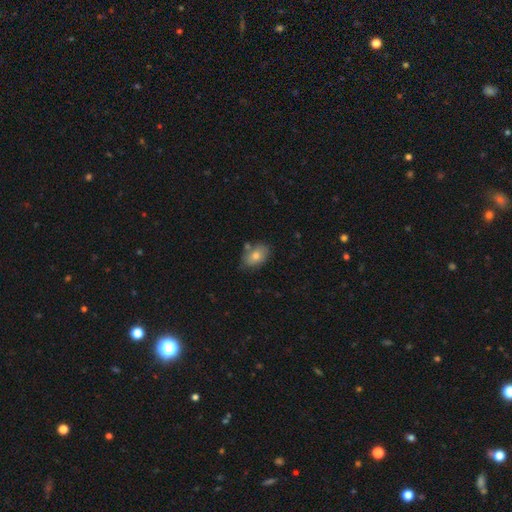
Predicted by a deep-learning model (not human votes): smooth-or-featured: smooth: 77% | featured or disk: 14% | star or artifact: 9%
  how-rounded: in between: 85% | round: 13% | cigar-shaped: 2%
  merging: none: 71% | minor disturbance: 16% | merger: 9% | major disturbance: 3%